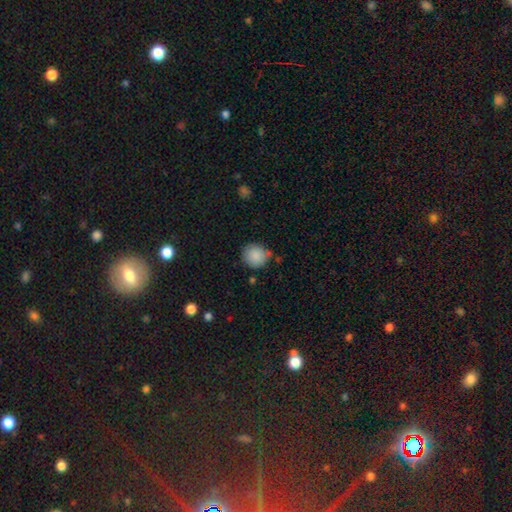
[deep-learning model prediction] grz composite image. It shows a smooth galaxy with no disk features (88%) that is round (90%). Merging: none (75%).